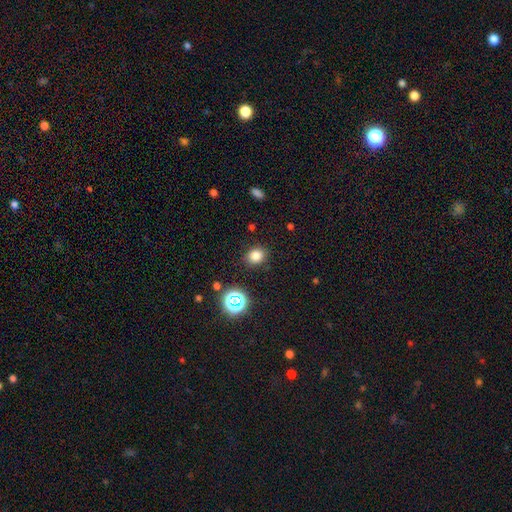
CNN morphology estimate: smooth_or_featured: smooth (p=0.79) [alt: star or artifact p=0.15]
how_rounded: round (p=0.54) [alt: in between p=0.45]
merging: none (p=0.86) [alt: minor disturbance p=0.09]